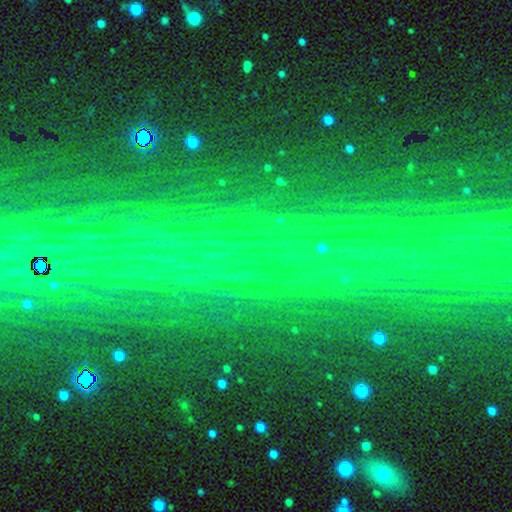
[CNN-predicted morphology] This is clearly a star or artifact rather than a galaxy (85%).